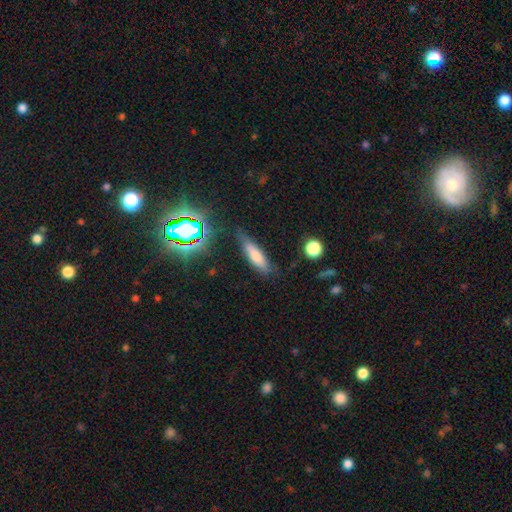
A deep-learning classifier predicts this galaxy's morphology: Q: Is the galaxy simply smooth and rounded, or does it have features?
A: smooth — 68%.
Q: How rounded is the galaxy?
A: cigar-shaped — 67%.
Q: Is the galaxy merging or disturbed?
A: none — 72%.